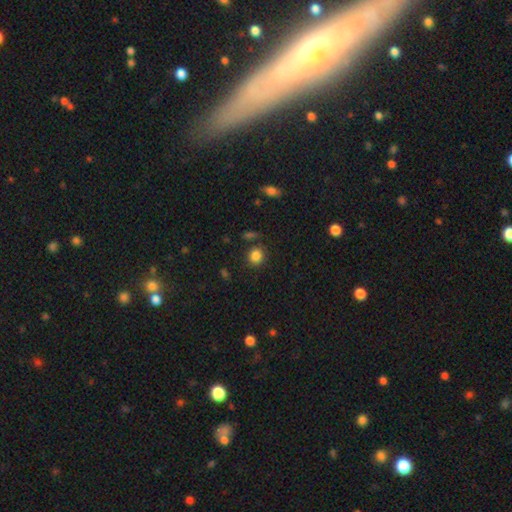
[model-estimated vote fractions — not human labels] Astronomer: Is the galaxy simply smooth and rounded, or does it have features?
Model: smooth — 84%.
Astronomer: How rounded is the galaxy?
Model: round — 82%.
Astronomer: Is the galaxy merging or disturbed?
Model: none — 83%.